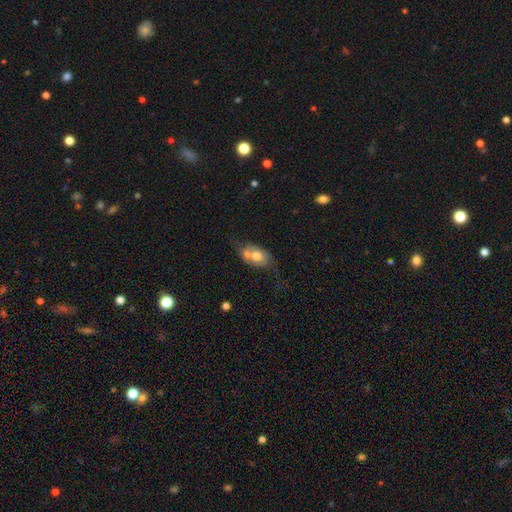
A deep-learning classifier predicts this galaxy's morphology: A smooth galaxy with no disk features (51%) that is in between round and cigar-shaped (77%). Merging: merger (36%).